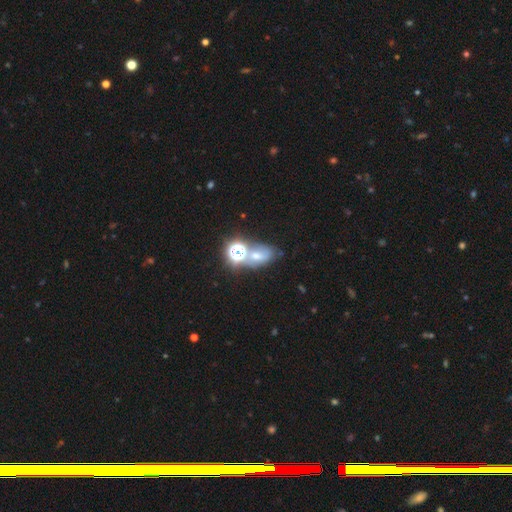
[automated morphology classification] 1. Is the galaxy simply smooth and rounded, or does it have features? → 40% star or artifact, 35% smooth, 25% featured or disk.